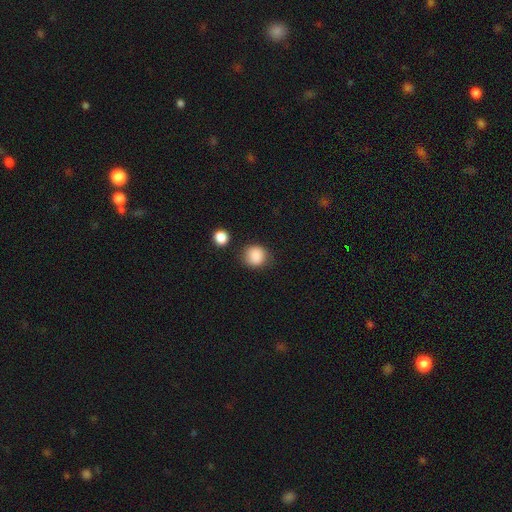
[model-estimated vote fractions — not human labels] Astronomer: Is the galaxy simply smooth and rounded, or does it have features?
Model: smooth — 87%.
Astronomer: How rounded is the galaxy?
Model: round — 84%.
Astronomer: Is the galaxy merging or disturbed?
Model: none — 75%.